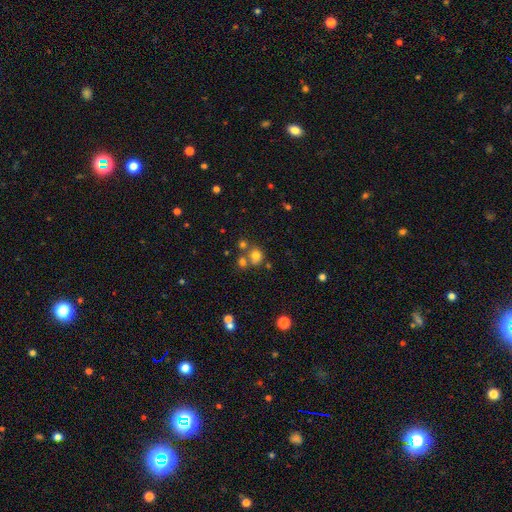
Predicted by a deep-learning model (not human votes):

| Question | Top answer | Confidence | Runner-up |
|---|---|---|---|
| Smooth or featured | smooth | 72% | star or artifact (18%) |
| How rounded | round | 74% | in between (25%) |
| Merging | none | 55% | merger (29%) |